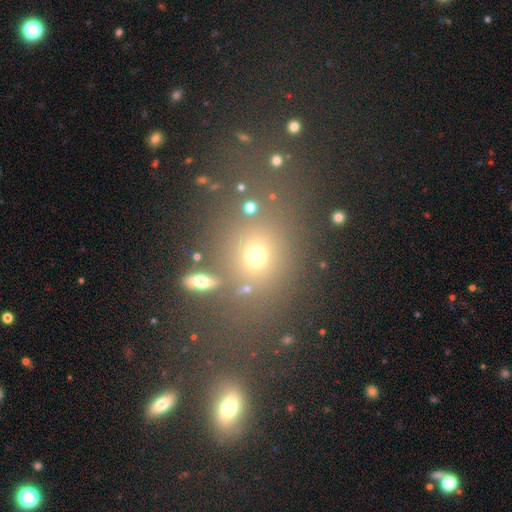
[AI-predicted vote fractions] A smooth galaxy with no disk features (57%) that is round (52%).

Vote fractions:
- Smooth or featured? smooth: 57% / star or artifact: 30% / featured or disk: 13%
- How rounded? round: 52% / in between: 45% / cigar-shaped: 3%
- Merging? none: 65% / merger: 16% / minor disturbance: 12% / major disturbance: 8%